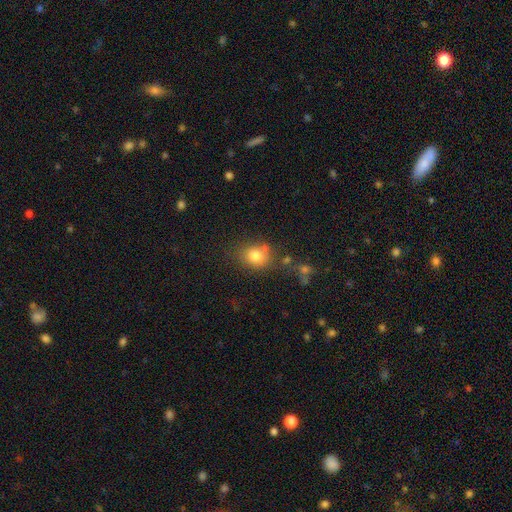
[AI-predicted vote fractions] The model was most divided on "how rounded": round: 63%, in between: 36%, cigar-shaped: 1%. More confident: smooth or featured — smooth (80%); merging — none (65%).